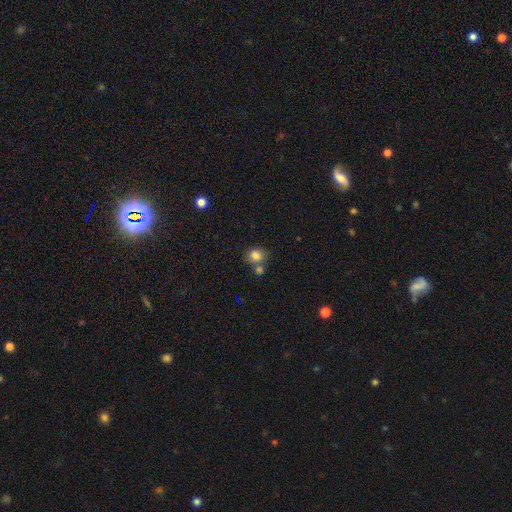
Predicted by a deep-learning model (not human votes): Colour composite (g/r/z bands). It shows a smooth galaxy with no disk features (82%) that is round (65%). Merging: none (57%).